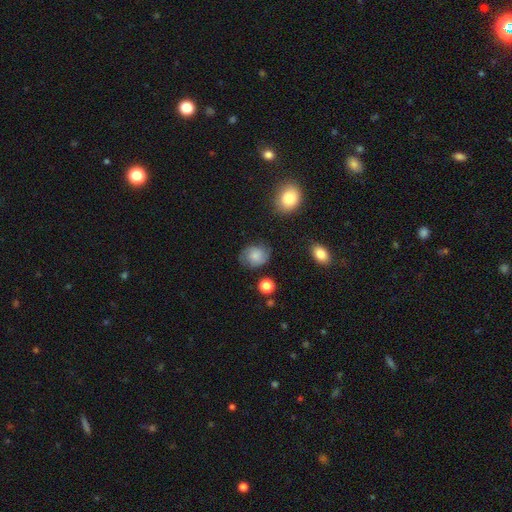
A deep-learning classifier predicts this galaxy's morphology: Q: Smooth or featured?
A: smooth (51%); runner-up: featured or disk (39%)
Q: How rounded?
A: round (56%); runner-up: in between (43%)
Q: Merging?
A: none (73%); runner-up: minor disturbance (19%)